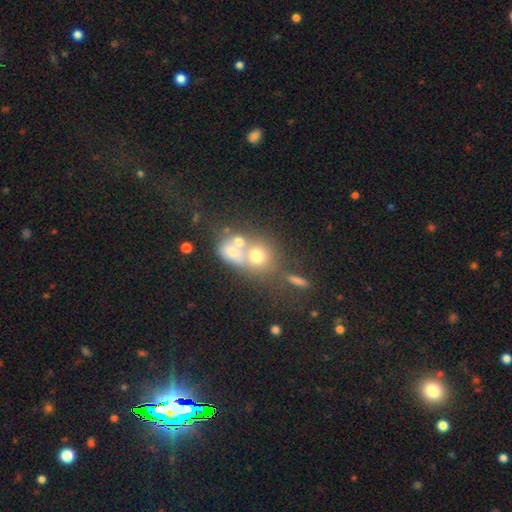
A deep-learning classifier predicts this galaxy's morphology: A smooth galaxy with no disk features (56%) that is round (68%). Merging: merger (54%).